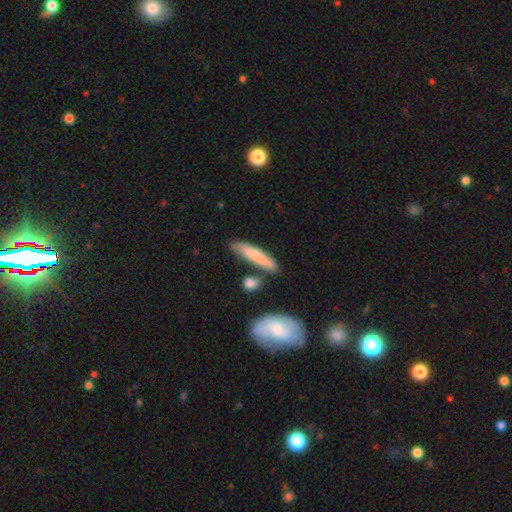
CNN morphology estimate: A smooth galaxy with no disk features (69%) that is cigar-shaped (76%).

Vote fractions:
- Smooth or featured? smooth: 69% / featured or disk: 24% / star or artifact: 6%
- How rounded? cigar-shaped: 76% / in between: 21% / round: 2%
- Merging? none: 72% / minor disturbance: 16% / merger: 9% / major disturbance: 4%